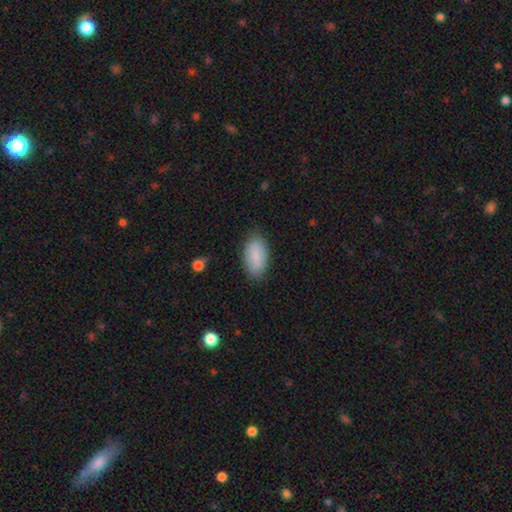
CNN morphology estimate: type=smooth (86%); roundness=in between (94%); merging=none (83%).